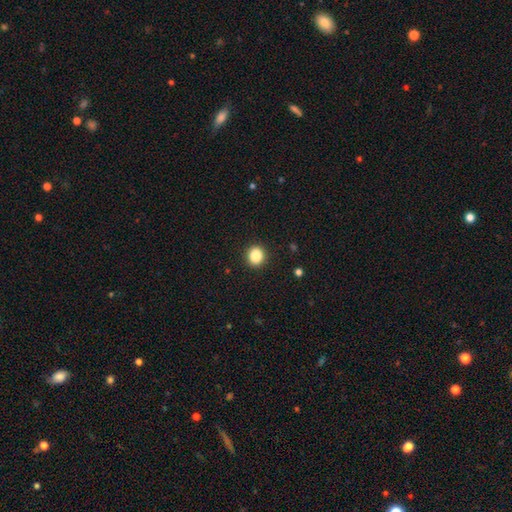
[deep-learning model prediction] A smooth galaxy with no disk features (86%) that is round (86%).

Vote fractions:
- Smooth or featured? smooth: 86% / star or artifact: 10% / featured or disk: 4%
- How rounded? round: 86% / in between: 13% / cigar-shaped: 1%
- Merging? none: 92% / minor disturbance: 5% / major disturbance: 2% / merger: 1%